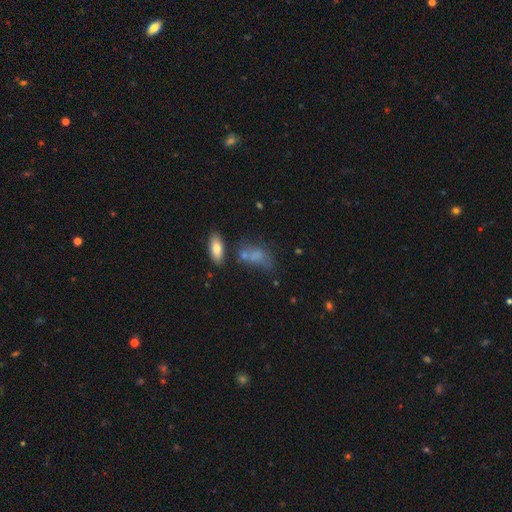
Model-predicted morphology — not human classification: Overall: smooth (68%). How rounded: in between (83%). Merging: none (40%; minor disturbance 26%).